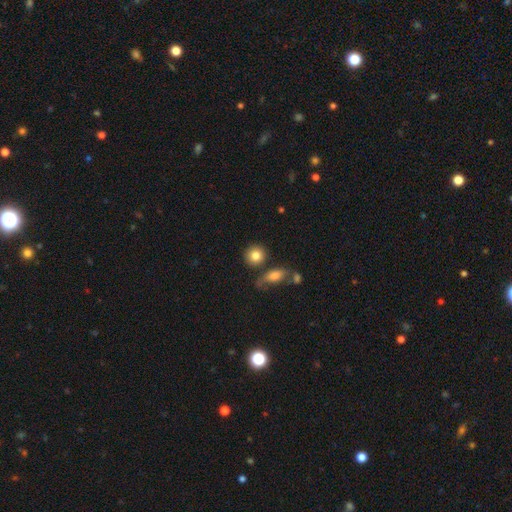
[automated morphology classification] Smooth or featured? Predicted: smooth (p=0.83). How rounded? Predicted: round (p=0.85). Merging? Predicted: none (p=0.75).